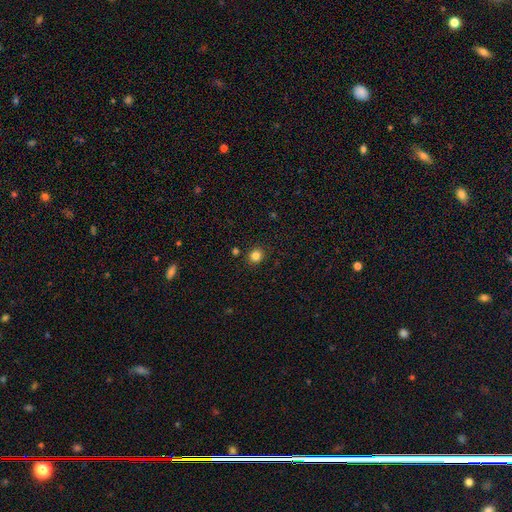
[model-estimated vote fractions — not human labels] This is clearly a smooth galaxy (83%). How rounded: clearly round (84%). Merging: clearly none (89%).